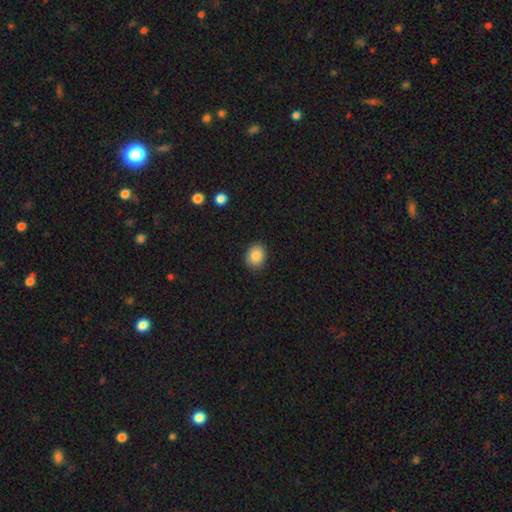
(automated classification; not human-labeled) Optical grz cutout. It shows a smooth galaxy with no disk features (85%) that is round (61%). Merging: none (89%).